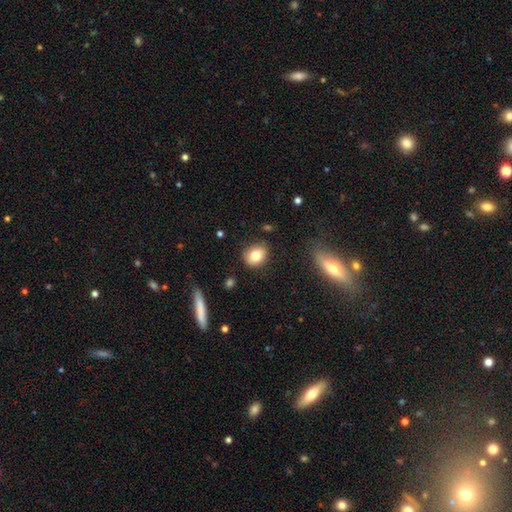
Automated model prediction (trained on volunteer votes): Q: Smooth or featured?
A: smooth (79%); runner-up: featured or disk (11%)
Q: How rounded?
A: round (65%); runner-up: in between (34%)
Q: Merging?
A: none (81%); runner-up: minor disturbance (13%)